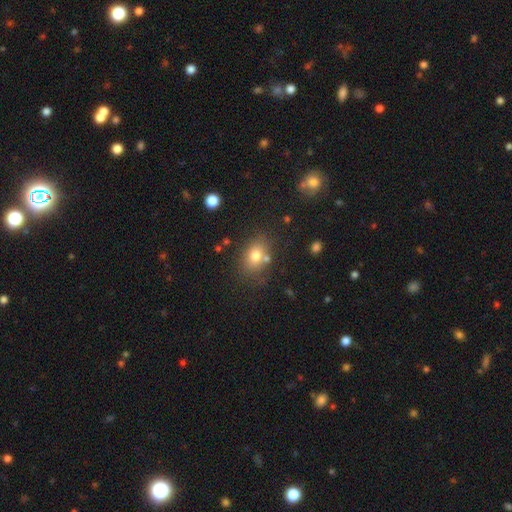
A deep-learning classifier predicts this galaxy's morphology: Smooth or featured? Predicted: smooth (p=0.76). How rounded? Predicted: in between (p=0.66). Merging? Predicted: none (p=0.69).